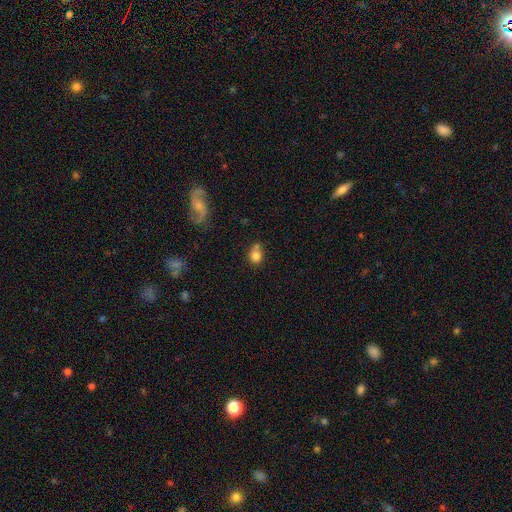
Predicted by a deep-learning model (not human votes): smooth 79%, star or artifact 11%, featured or disk 10%. Down the decision tree: how rounded — round (69%); merging — none (46%).